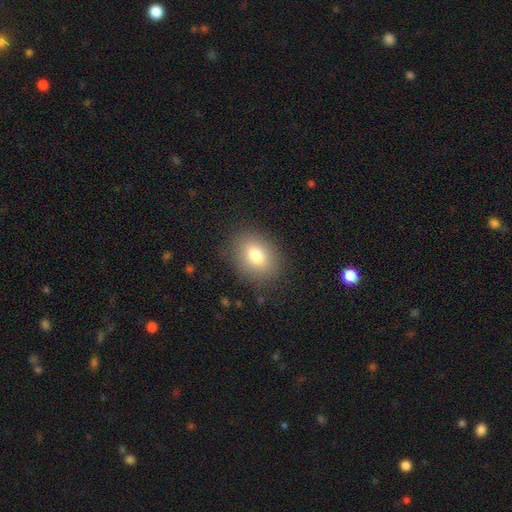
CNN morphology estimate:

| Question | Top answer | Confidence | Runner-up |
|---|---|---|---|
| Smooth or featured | smooth | 79% | featured or disk (11%) |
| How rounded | in between | 68% | round (30%) |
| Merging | none | 83% | minor disturbance (11%) |